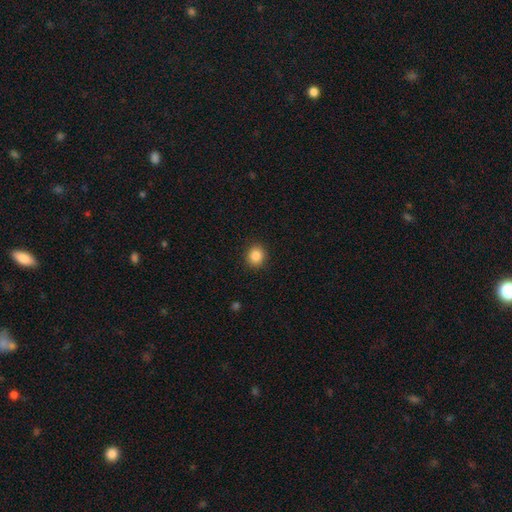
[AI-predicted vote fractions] smooth-or-featured: smooth: 87% | star or artifact: 10% | featured or disk: 3%
  how-rounded: round: 84% | in between: 15% | cigar-shaped: 1%
  merging: none: 91% | minor disturbance: 6% | major disturbance: 2% | merger: 1%